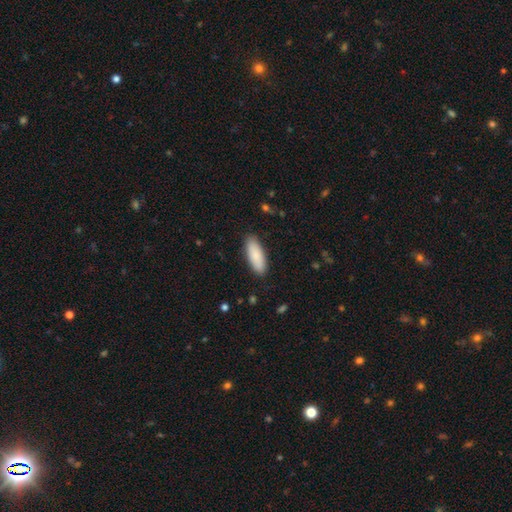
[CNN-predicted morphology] Smooth or featured? Predicted: smooth (p=0.87). How rounded? Predicted: in between (p=0.70). Merging? Predicted: none (p=0.88).